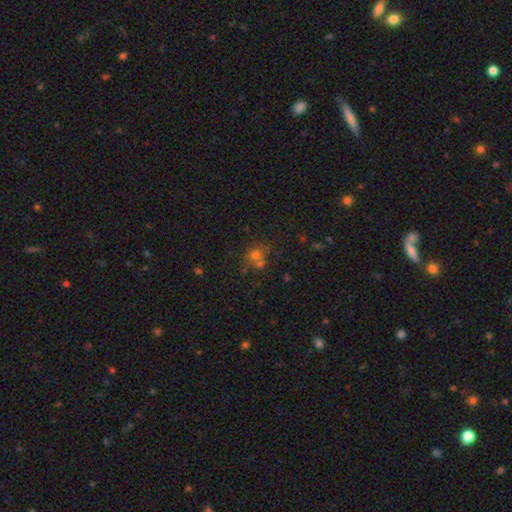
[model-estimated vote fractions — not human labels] Smooth or featured: smooth — 61% (star or artifact — 23%)
How rounded: round — 78% (in between — 21%)
Merging: none — 52% (merger — 32%)